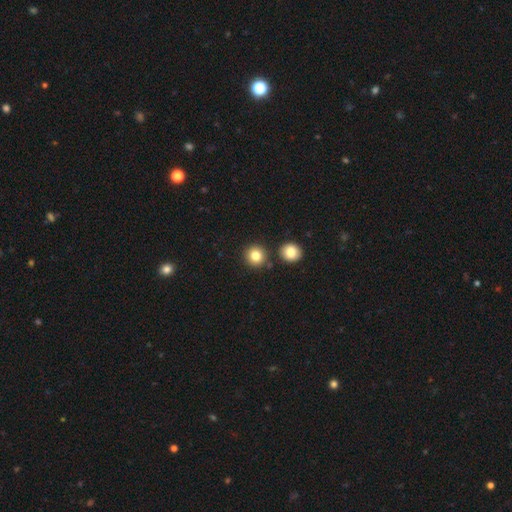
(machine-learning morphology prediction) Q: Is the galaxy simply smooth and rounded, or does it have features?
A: smooth — 83%.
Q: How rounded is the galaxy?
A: round — 92%.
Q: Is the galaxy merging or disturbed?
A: none — 84%.